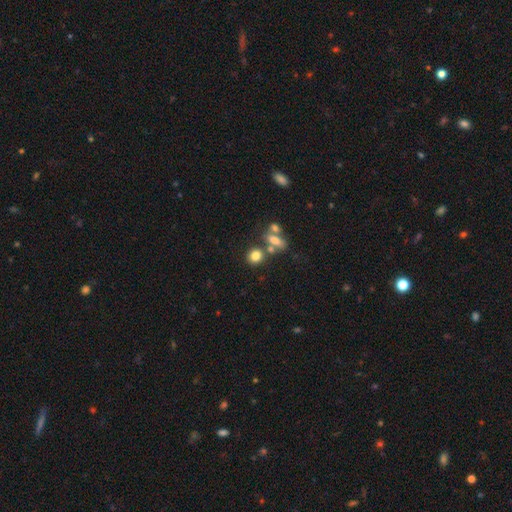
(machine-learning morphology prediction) A smooth galaxy with no disk features (78%) that is round (72%).

Vote fractions:
- Smooth or featured? smooth: 78% / star or artifact: 12% / featured or disk: 10%
- How rounded? round: 72% / in between: 26% / cigar-shaped: 2%
- Merging? none: 60% / merger: 24% / minor disturbance: 11% / major disturbance: 5%